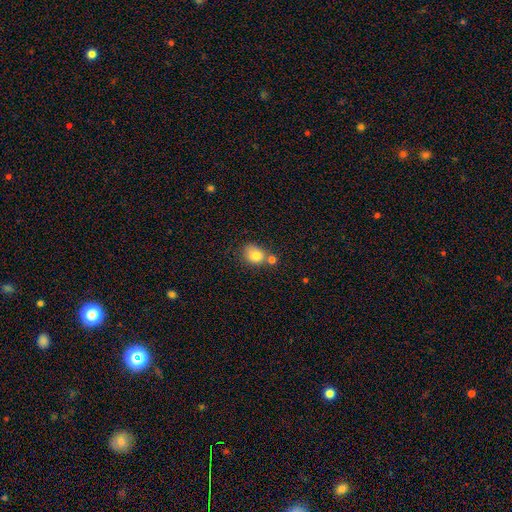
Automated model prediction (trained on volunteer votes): A smooth galaxy with no disk features (81%) that is round (57%). Merging: none (51%).